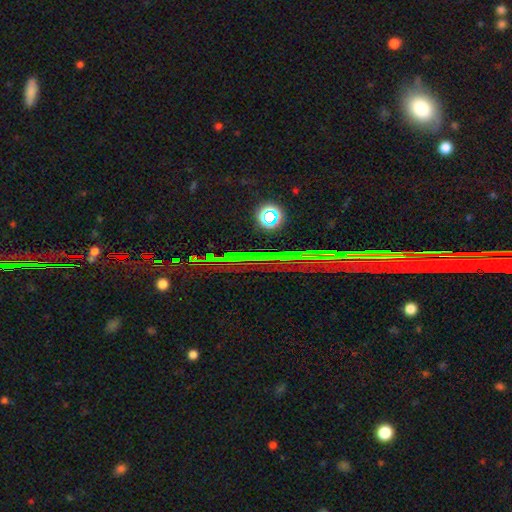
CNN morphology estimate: A star or artifact, not a galaxy (82%).

Vote fractions:
- Smooth or featured? star or artifact: 82% / featured or disk: 9% / smooth: 9%